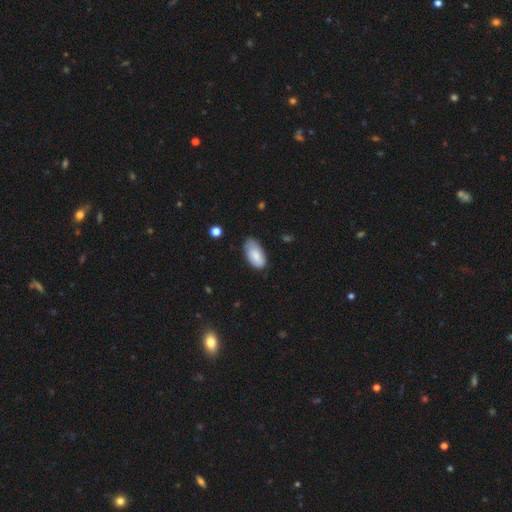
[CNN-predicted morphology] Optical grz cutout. It shows a smooth galaxy with no disk features (78%) that is in between round and cigar-shaped (94%). Merging: none (63%).